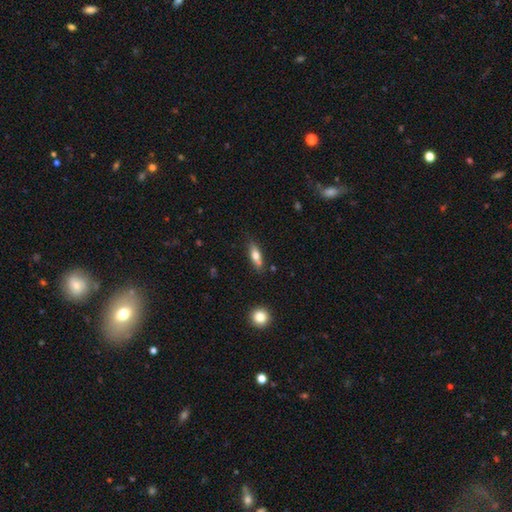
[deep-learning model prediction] The model was most divided on "how rounded": in between: 57%, cigar-shaped: 40%, round: 3%. More confident: merging — none (71%); smooth or featured — smooth (71%).